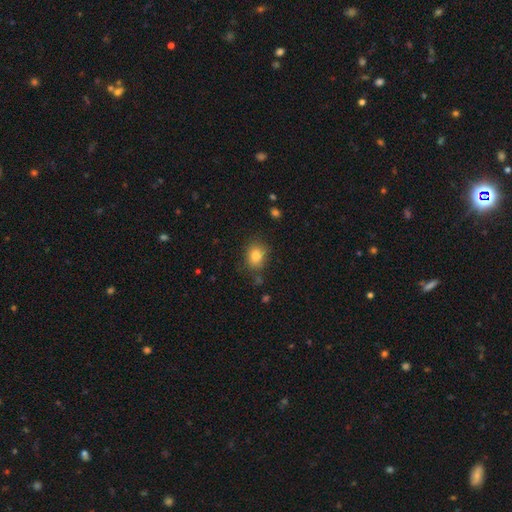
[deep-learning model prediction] Smooth or featured? smooth (83%)
How rounded? round (53%)
Merging? none (77%)